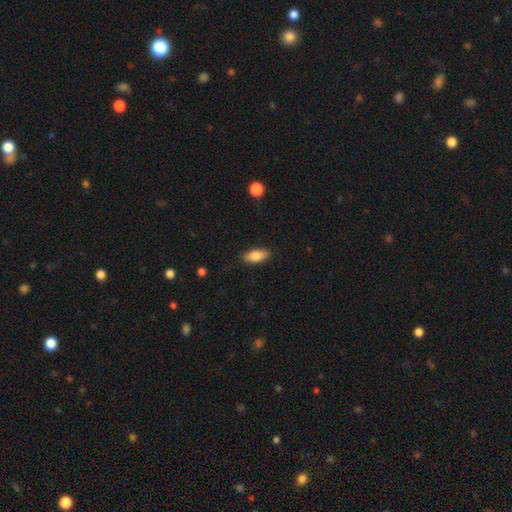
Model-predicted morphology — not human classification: This appears to be a smooth galaxy with no disk features (81%) that is in between round and cigar-shaped (83%). Merging: none (87%).